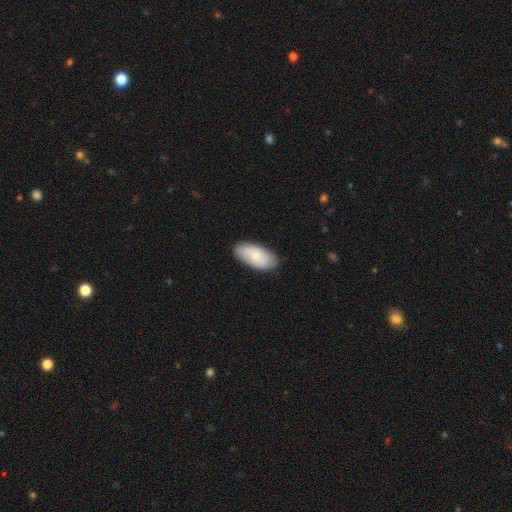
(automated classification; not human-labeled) smooth-or-featured: smooth: 69% | featured or disk: 25% | star or artifact: 6%
  how-rounded: in between: 93% | cigar-shaped: 5% | round: 2%
  merging: none: 82% | minor disturbance: 15% | major disturbance: 2% | merger: 1%